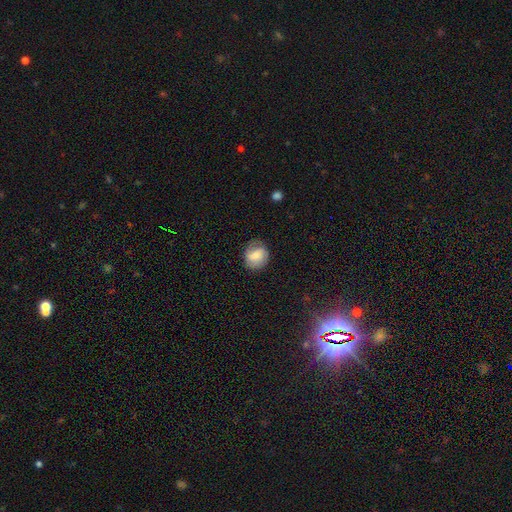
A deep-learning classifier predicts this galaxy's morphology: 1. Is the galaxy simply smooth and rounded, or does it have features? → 56% smooth, 36% featured or disk, 8% star or artifact.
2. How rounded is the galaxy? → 72% round, 27% in between, 1% cigar-shaped.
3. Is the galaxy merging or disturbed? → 72% none, 20% minor disturbance, 7% major disturbance, 1% merger.